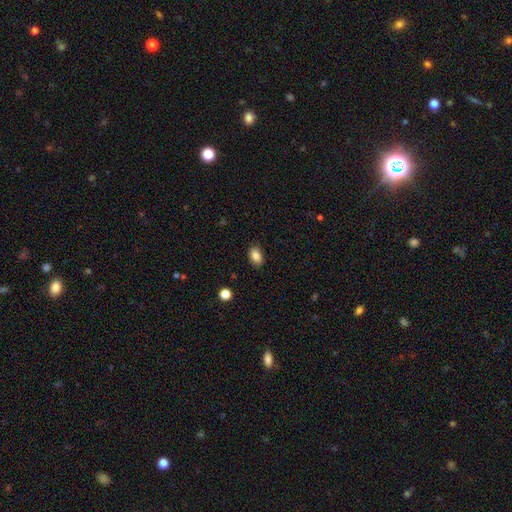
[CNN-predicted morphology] This appears to be a smooth galaxy with no disk features (85%) that is in between round and cigar-shaped (87%). Merging: none (87%).